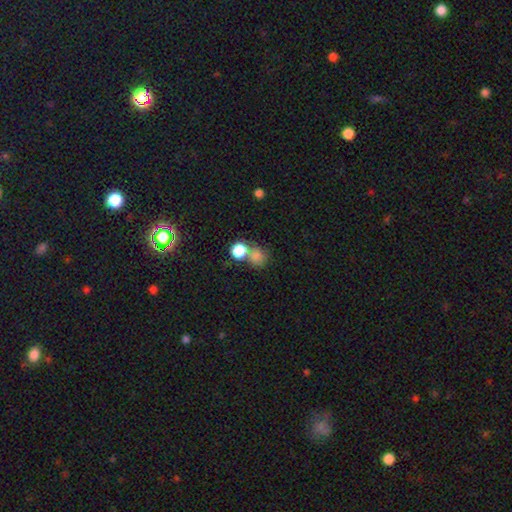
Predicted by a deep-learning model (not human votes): Q: Smooth or featured?
A: smooth (79%); runner-up: star or artifact (14%)
Q: How rounded?
A: round (83%); runner-up: in between (16%)
Q: Merging?
A: none (46%); runner-up: merger (41%)